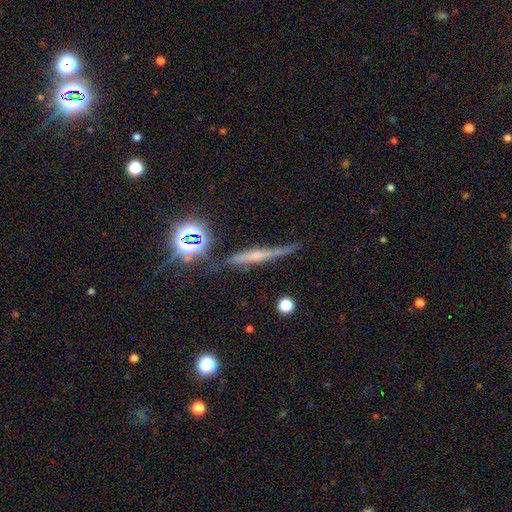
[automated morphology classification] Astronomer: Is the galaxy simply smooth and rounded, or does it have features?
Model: featured or disk — 50% (runner-up: smooth, 31%).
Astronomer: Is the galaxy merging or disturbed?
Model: none — 69%.